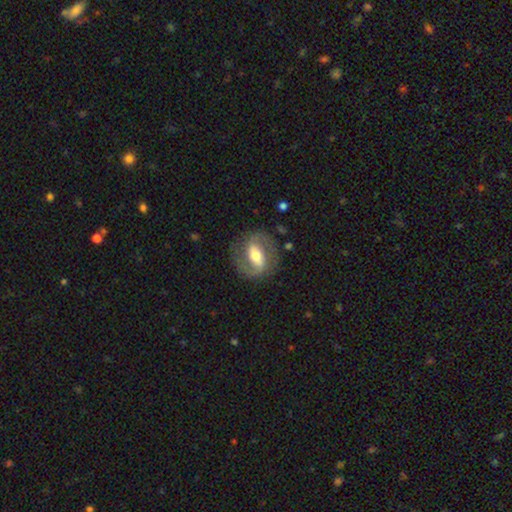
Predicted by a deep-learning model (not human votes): Overall: featured or disk (79%). Edge-on disk: no (95%). Bar: strong (51%; weak 33%). Spiral arms: yes (87%). Spiral arm count: 2 (89%). Spiral winding: medium (50%; loose 26%). Bulge size: moderate (66%). Merging: none (79%).